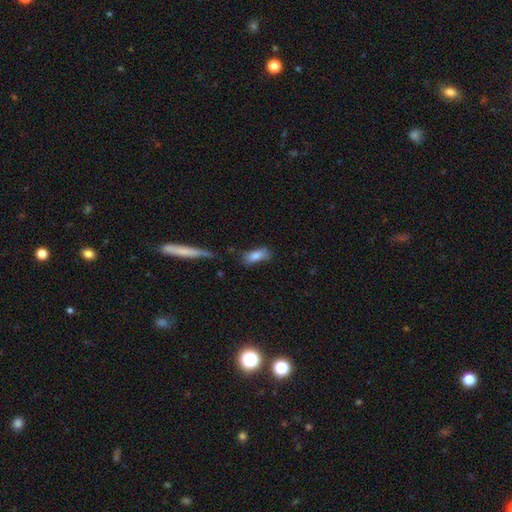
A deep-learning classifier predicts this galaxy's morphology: Q: Smooth or featured?
A: smooth (80%); runner-up: featured or disk (12%)
Q: How rounded?
A: in between (80%); runner-up: cigar-shaped (17%)
Q: Merging?
A: none (58%); runner-up: minor disturbance (25%)